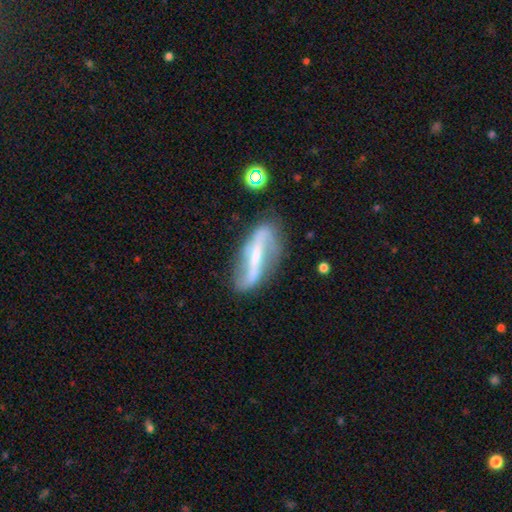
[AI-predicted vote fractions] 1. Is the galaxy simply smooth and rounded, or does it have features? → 76% featured or disk, 17% smooth, 7% star or artifact.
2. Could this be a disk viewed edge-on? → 79% no, 21% yes.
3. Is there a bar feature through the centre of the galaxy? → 68% strong, 21% weak, 11% no.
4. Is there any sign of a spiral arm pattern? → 80% yes, 20% no.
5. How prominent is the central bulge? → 51% small, 29% moderate, 14% none, 4% large, 2% dominant.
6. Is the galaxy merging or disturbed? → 71% none, 19% minor disturbance, 8% major disturbance, 3% merger.